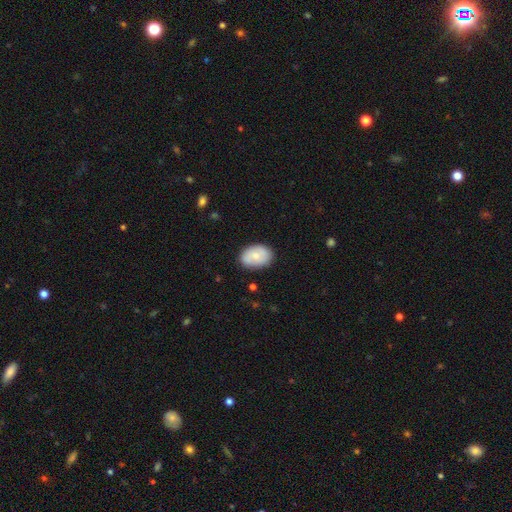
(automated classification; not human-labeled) The model was most divided on "smooth or featured": smooth: 74%, featured or disk: 19%, star or artifact: 7%. More confident: how rounded — in between (83%); merging — none (79%).